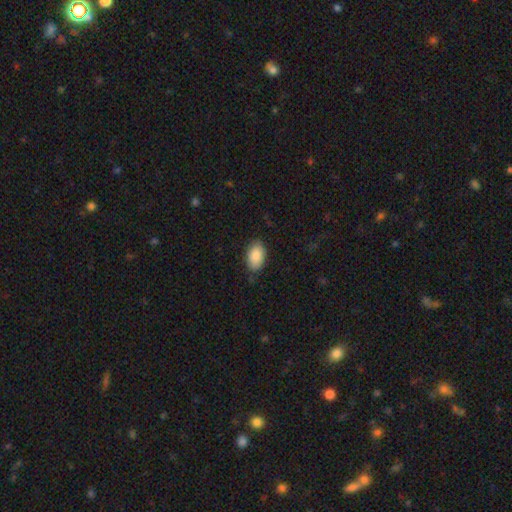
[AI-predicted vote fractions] This appears to be a smooth galaxy with no disk features (88%) that is in between round and cigar-shaped (93%). Merging: none (82%).